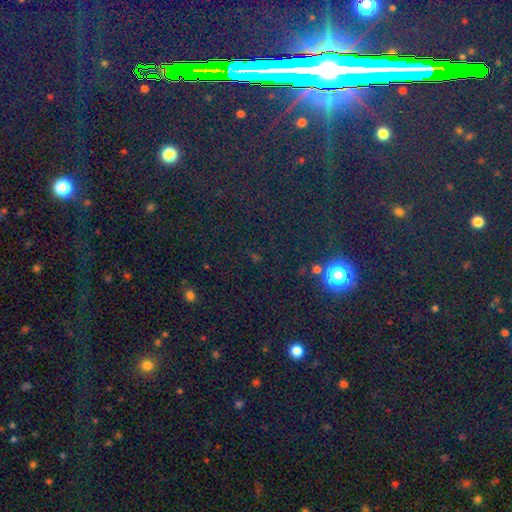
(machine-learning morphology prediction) Overall: star or artifact (76%).